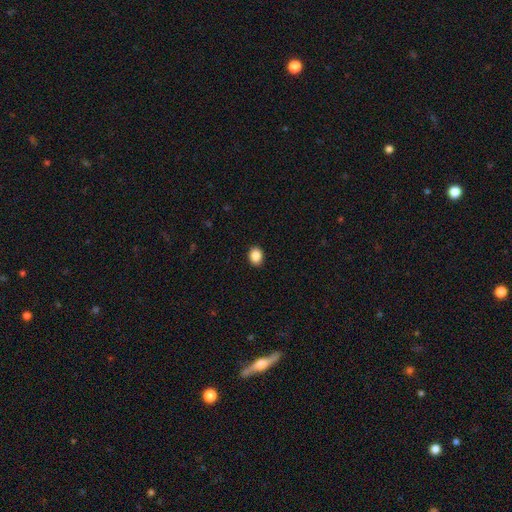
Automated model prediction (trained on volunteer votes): Overall: smooth (88%). How rounded: in between (57%; round 42%). Merging: none (91%).